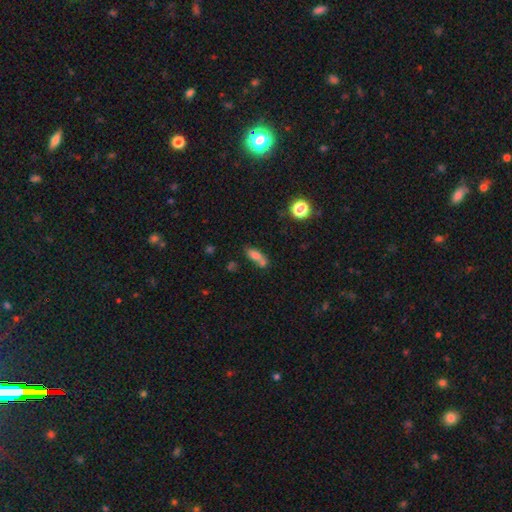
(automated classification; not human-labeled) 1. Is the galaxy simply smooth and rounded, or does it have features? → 71% smooth, 16% featured or disk, 13% star or artifact.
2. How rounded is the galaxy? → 70% in between, 21% cigar-shaped, 9% round.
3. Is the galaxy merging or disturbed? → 42% merger, 36% none, 15% minor disturbance, 7% major disturbance.